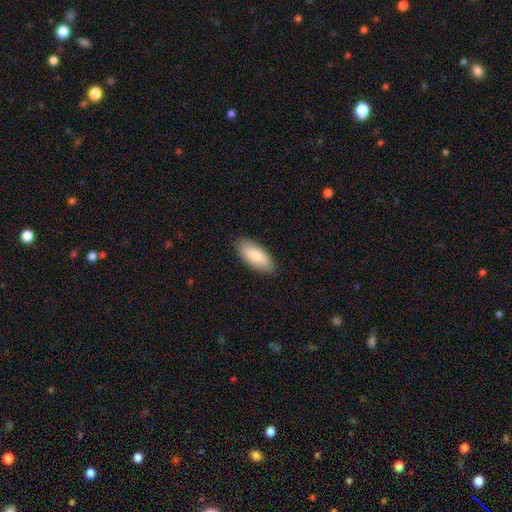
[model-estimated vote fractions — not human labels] Morphology: type=smooth (78%); roundness=in between (86%); merging=none (86%).